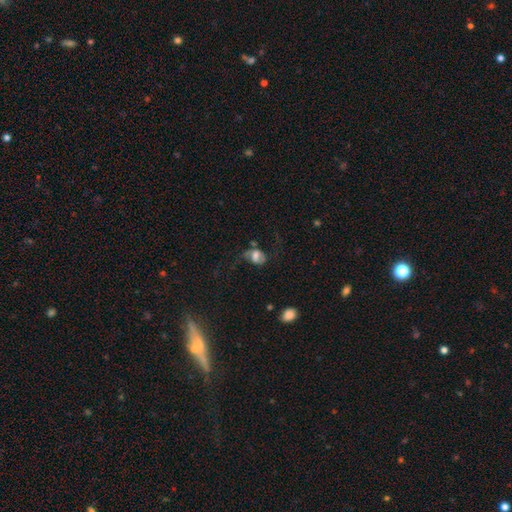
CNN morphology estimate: Smooth or featured? Predicted: smooth (p=0.49). Merging? Predicted: major disturbance (p=0.36).